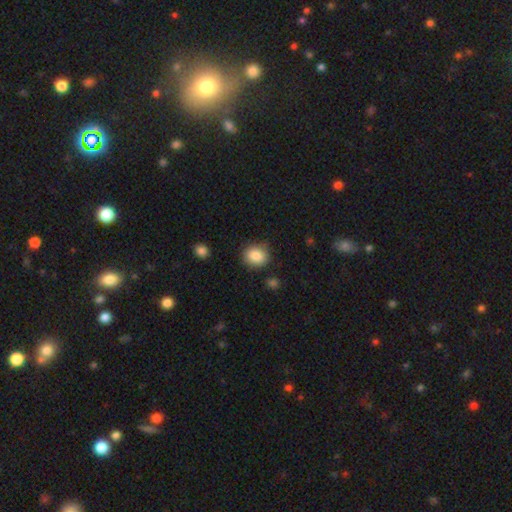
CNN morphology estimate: Overall: smooth (86%). How rounded: round (75%). Merging: none (84%).